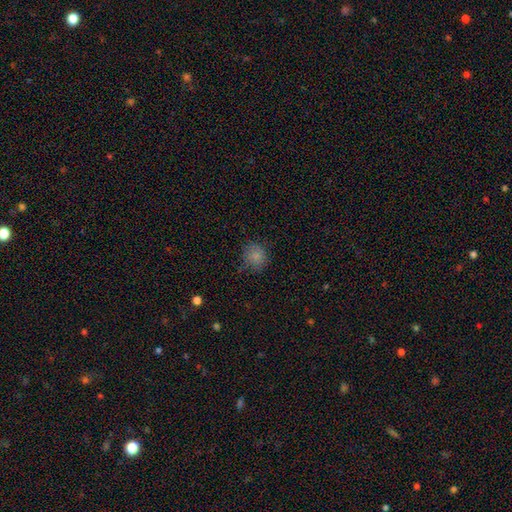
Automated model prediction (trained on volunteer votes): Smooth or featured?
  - smooth: 82% *
  - star or artifact: 12%
  - featured or disk: 6%
How rounded?
  - round: 81% *
  - in between: 18%
  - cigar-shaped: 1%
Merging?
  - none: 72% *
  - minor disturbance: 21%
  - major disturbance: 6%
  - merger: 1%